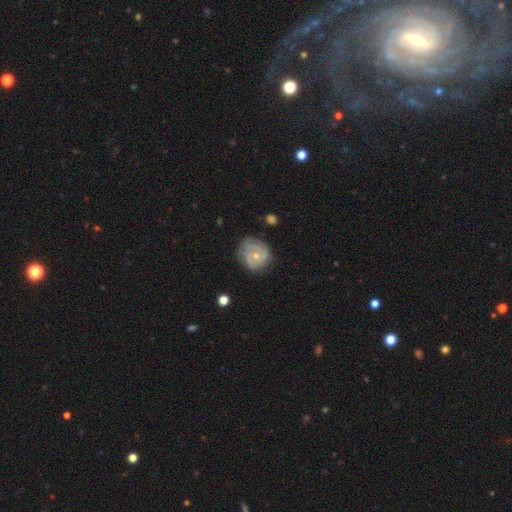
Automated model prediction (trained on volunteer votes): This is likely a featured or disk galaxy (77%). It is clearly not viewed edge-on (98%). Bar: likely no (72%). Spiral arm pattern: clearly yes (92%). Spiral arm count: marginally 2 (41%). Spiral winding: possibly tight (60%). Central bulge: possibly small (60%). Merging: likely none (67%).